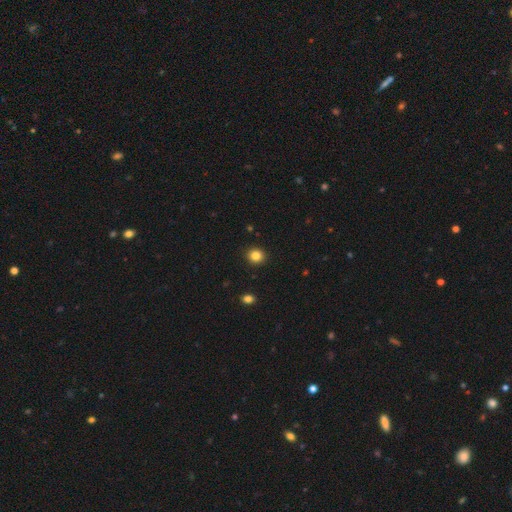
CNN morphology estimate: Smooth or featured? smooth (84%)
How rounded? round (85%)
Merging? none (92%)